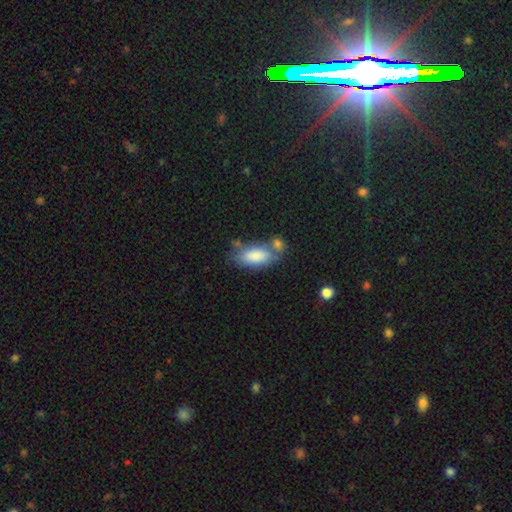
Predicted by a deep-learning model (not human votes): Overall: smooth (83%). How rounded: in between (88%). Merging: none (47%; merger 27%).